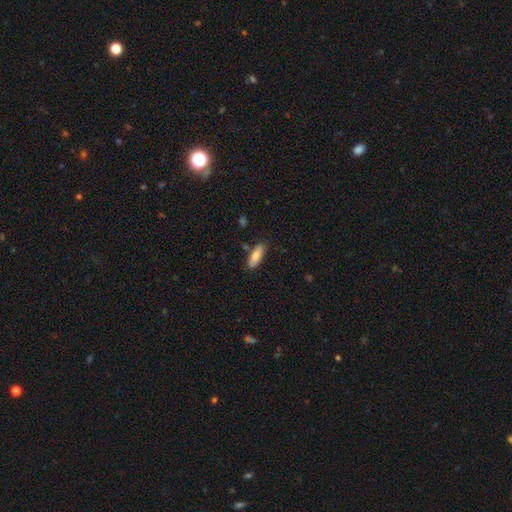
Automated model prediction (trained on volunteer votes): A smooth galaxy with no disk features (79%) that is in between round and cigar-shaped (68%).

Vote fractions:
- Smooth or featured? smooth: 79% / featured or disk: 15% / star or artifact: 6%
- How rounded? in between: 68% / cigar-shaped: 30% / round: 2%
- Merging? none: 81% / minor disturbance: 13% / merger: 4% / major disturbance: 2%